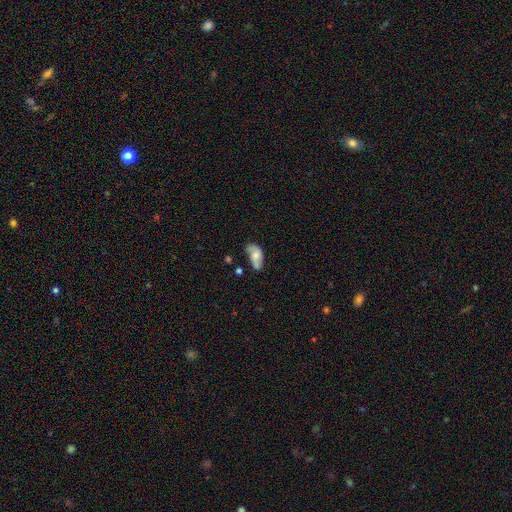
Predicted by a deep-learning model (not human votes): smooth_or_featured: smooth (p=0.53) [alt: featured or disk p=0.39]
how_rounded: in between (p=0.91) [alt: round p=0.05]
merging: none (p=0.41) [alt: minor disturbance p=0.35]